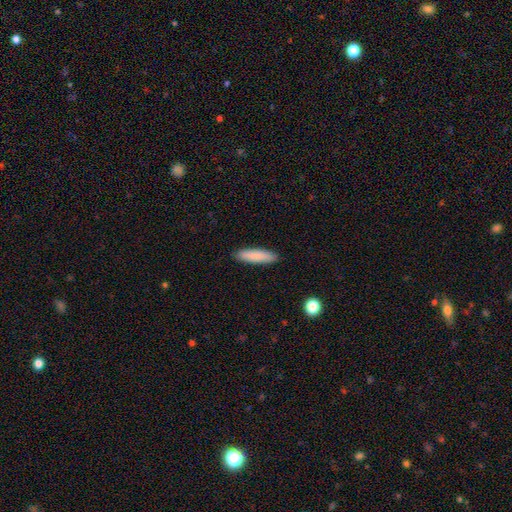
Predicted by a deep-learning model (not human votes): Q: Smooth or featured?
A: smooth (86%); runner-up: featured or disk (8%)
Q: How rounded?
A: cigar-shaped (78%); runner-up: in between (20%)
Q: Merging?
A: none (90%); runner-up: minor disturbance (8%)